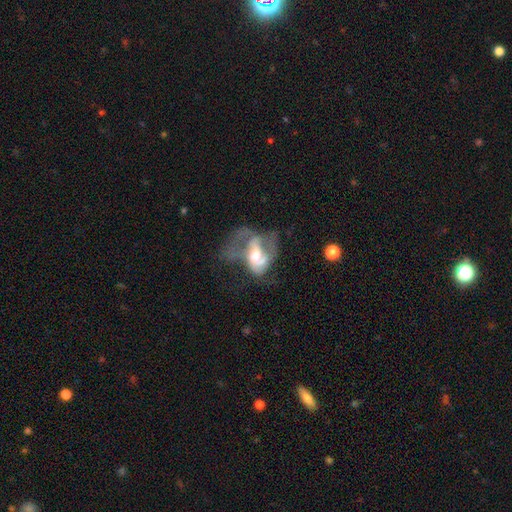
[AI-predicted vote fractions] Q: Smooth or featured?
A: featured or disk (63%); runner-up: smooth (28%)
Q: Edge-on disk?
A: no (95%); runner-up: yes (5%)
Q: Bar?
A: no (61%); runner-up: weak (28%)
Q: Spiral arms?
A: no (54%); runner-up: yes (46%)
Q: Bulge size?
A: moderate (59%); runner-up: large (21%)
Q: Merging?
A: major disturbance (57%); runner-up: none (16%)